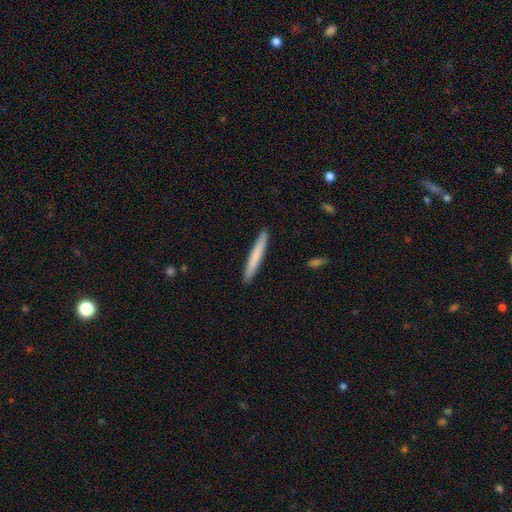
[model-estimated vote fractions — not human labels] A smooth galaxy with no disk features (74%) that is cigar-shaped (96%).

Vote fractions:
- Smooth or featured? smooth: 74% / featured or disk: 21% / star or artifact: 5%
- How rounded? cigar-shaped: 96% / in between: 3% / round: 1%
- Merging? none: 92% / minor disturbance: 5% / major disturbance: 1% / merger: 1%